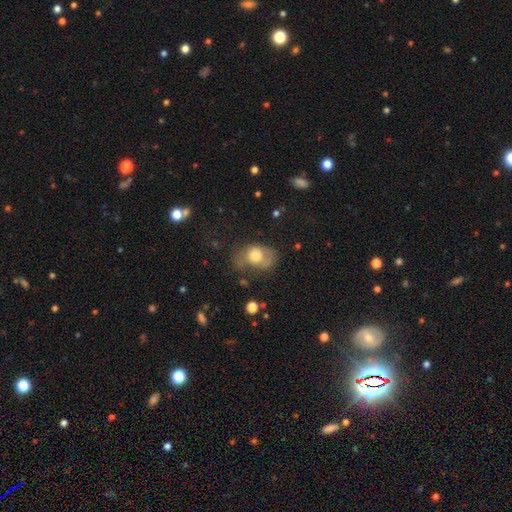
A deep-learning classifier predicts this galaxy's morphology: smooth 64%, featured or disk 27%, star or artifact 9%. Down the decision tree: how rounded — in between (68%); merging — none (35%).